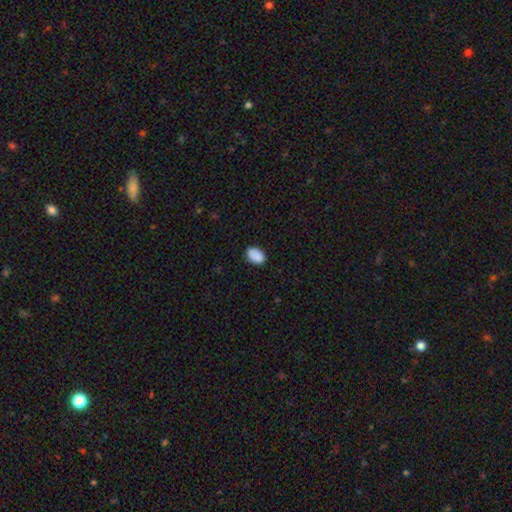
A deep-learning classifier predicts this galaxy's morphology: This is clearly a smooth galaxy (89%). How rounded: clearly in between (88%). Merging: clearly none (83%).